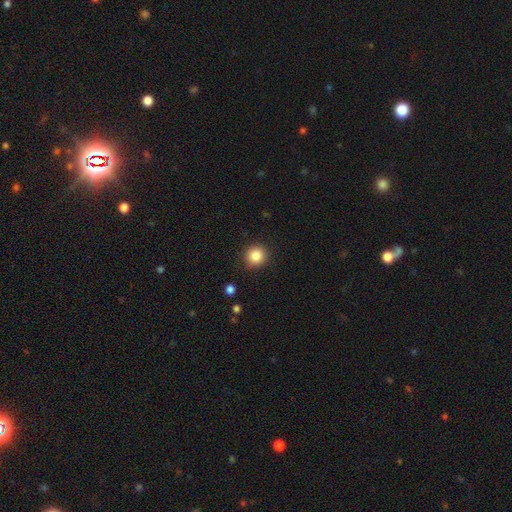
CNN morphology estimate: smooth 86%, star or artifact 10%, featured or disk 4%. Down the decision tree: how rounded — round (92%); merging — none (88%).